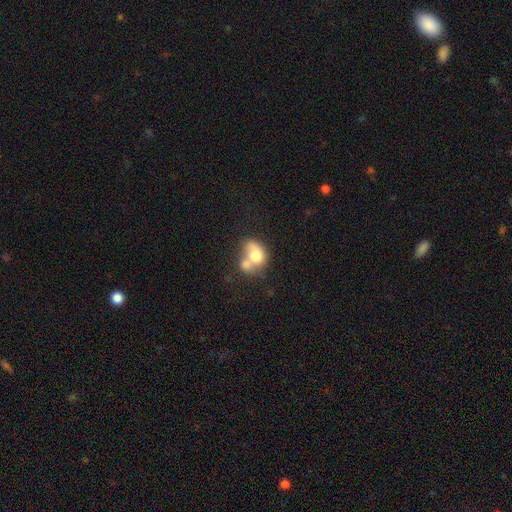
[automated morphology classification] A smooth galaxy with no disk features (69%) that is in between round and cigar-shaped (62%).

Vote fractions:
- Smooth or featured? smooth: 69% / featured or disk: 23% / star or artifact: 8%
- How rounded? in between: 62% / round: 37% / cigar-shaped: 1%
- Merging? merger: 65% / none: 18% / minor disturbance: 10% / major disturbance: 7%